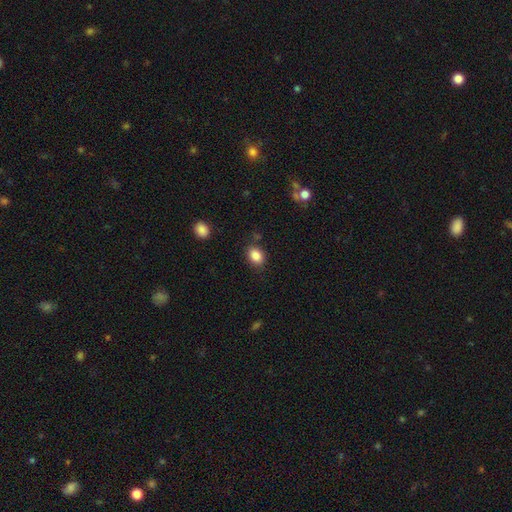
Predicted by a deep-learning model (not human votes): This is clearly a smooth galaxy (86%). How rounded: likely in between (69%). Merging: clearly none (81%).